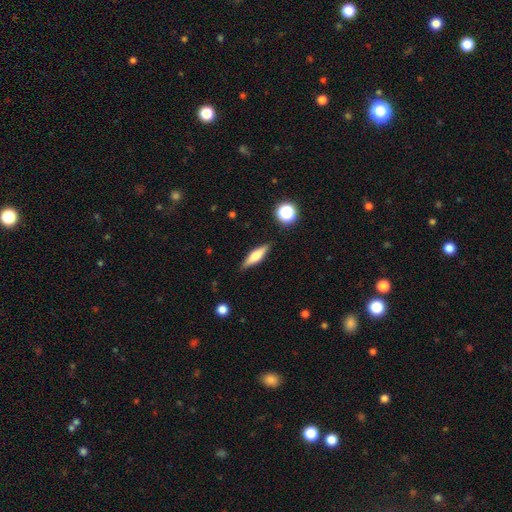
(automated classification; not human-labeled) smooth 52%, featured or disk 41%, star or artifact 8%. Down the decision tree: how rounded — cigar-shaped (64%); merging — none (86%).